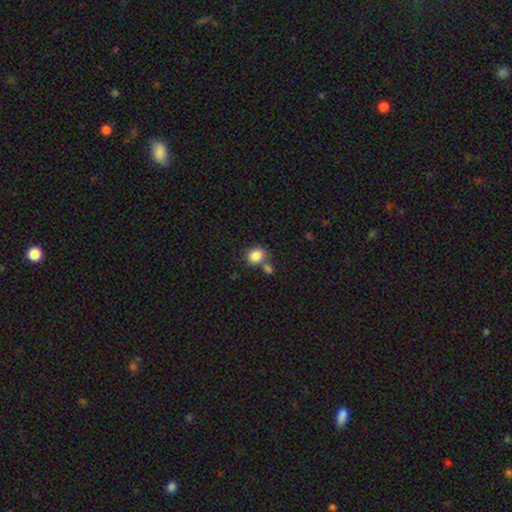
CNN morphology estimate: Overall: smooth (86%). How rounded: round (67%; in between 32%). Merging: none (62%; merger 23%).